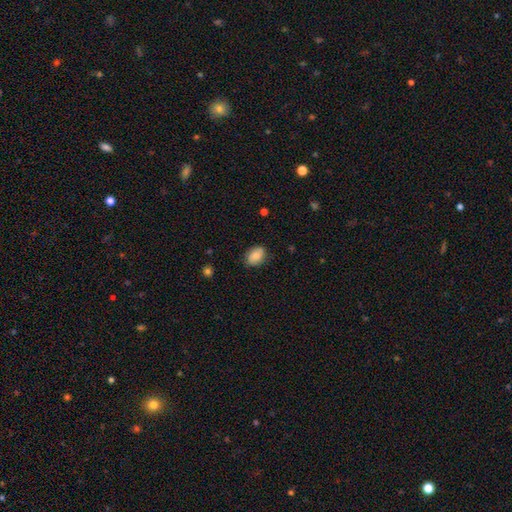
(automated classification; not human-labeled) A smooth galaxy with no disk features (77%) that is in between round and cigar-shaped (75%).

Vote fractions:
- Smooth or featured? smooth: 77% / featured or disk: 15% / star or artifact: 8%
- How rounded? in between: 75% / round: 24% / cigar-shaped: 1%
- Merging? none: 77% / minor disturbance: 18% / major disturbance: 3% / merger: 1%